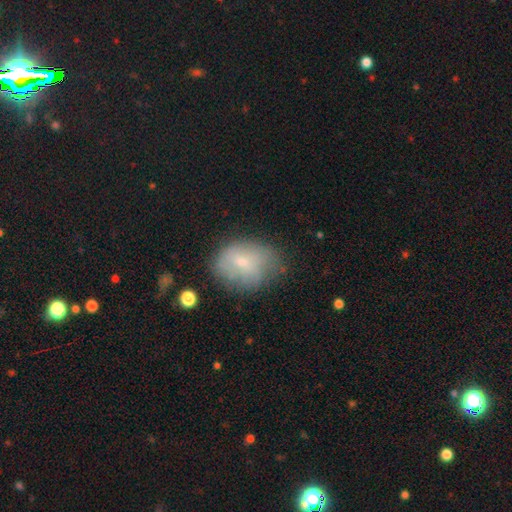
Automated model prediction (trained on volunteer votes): The model was most divided on "merging": none: 52%, minor disturbance: 32%, major disturbance: 14%, merger: 3%. More confident: smooth or featured — smooth (63%); how rounded — in between (61%).